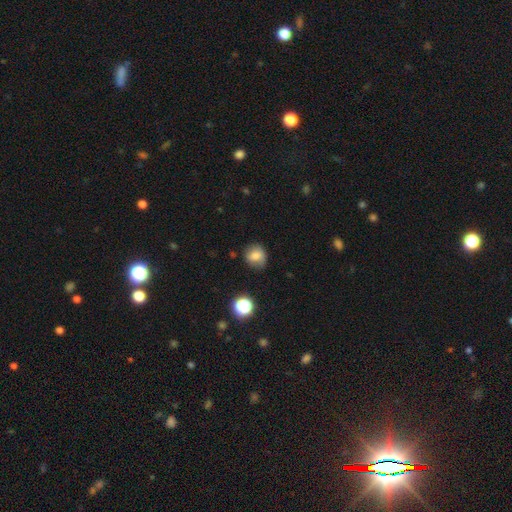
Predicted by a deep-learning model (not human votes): A smooth galaxy with no disk features (72%) that is round (73%).

Vote fractions:
- Smooth or featured? smooth: 72% / featured or disk: 15% / star or artifact: 12%
- How rounded? round: 73% / in between: 26% / cigar-shaped: 1%
- Merging? none: 73% / minor disturbance: 20% / major disturbance: 5% / merger: 2%